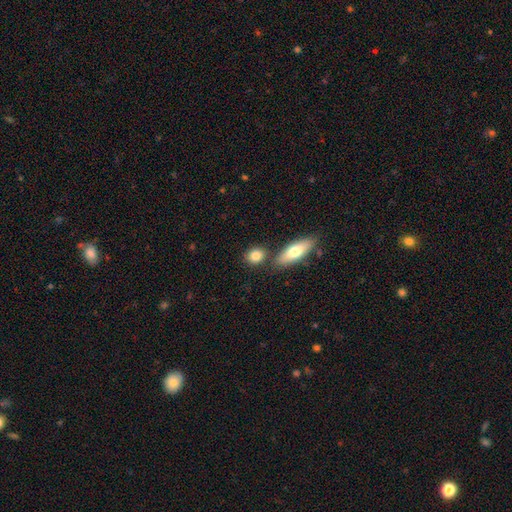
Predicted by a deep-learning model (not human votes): smooth 83%, featured or disk 10%, star or artifact 7%. Down the decision tree: how rounded — round (58%); merging — none (72%).